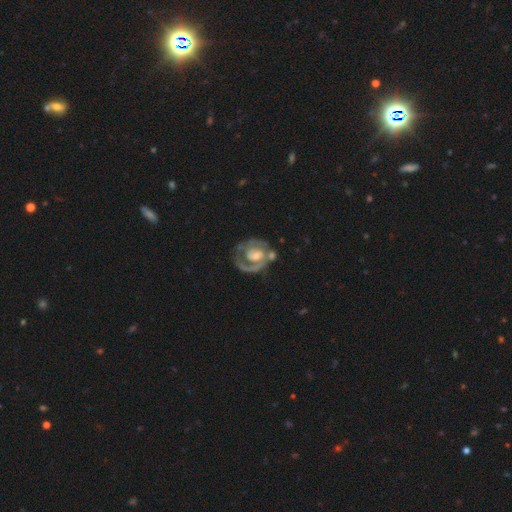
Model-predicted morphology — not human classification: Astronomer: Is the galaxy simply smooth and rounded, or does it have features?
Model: featured or disk — 82%.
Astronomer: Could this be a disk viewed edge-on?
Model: no — 98%.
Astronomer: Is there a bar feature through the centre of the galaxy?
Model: no — 65%.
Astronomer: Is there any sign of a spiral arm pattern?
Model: yes — 85%.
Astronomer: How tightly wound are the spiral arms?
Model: tight — 54% (runner-up: medium, 33%).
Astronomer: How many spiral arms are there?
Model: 1 — 50% (runner-up: 2, 32%).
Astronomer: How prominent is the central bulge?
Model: moderate — 49% (runner-up: small, 40%).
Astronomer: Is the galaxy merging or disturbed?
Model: none — 51%.